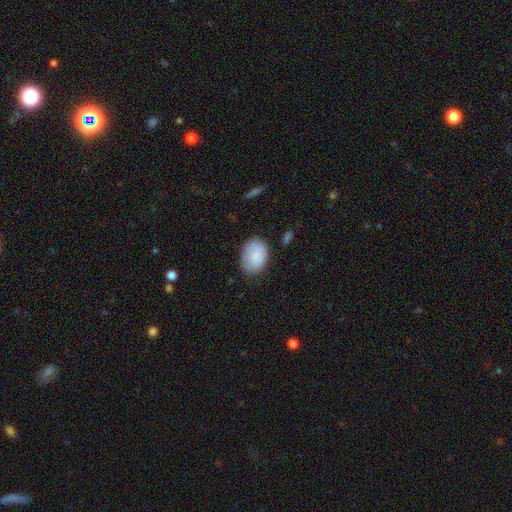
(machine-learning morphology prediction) This appears to be a smooth galaxy with no disk features (85%) that is in between round and cigar-shaped (76%). Merging: none (73%).